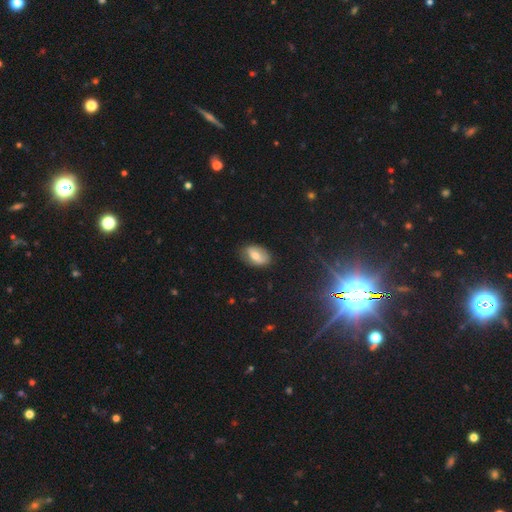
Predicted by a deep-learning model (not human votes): Q: Smooth or featured?
A: smooth (61%); runner-up: featured or disk (30%)
Q: How rounded?
A: in between (89%); runner-up: round (9%)
Q: Merging?
A: none (80%); runner-up: minor disturbance (16%)